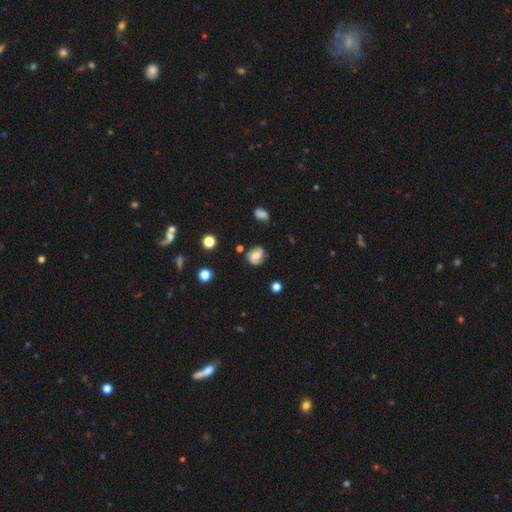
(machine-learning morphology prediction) This appears to be a featured or disk galaxy (48%). Merging: none (72%).